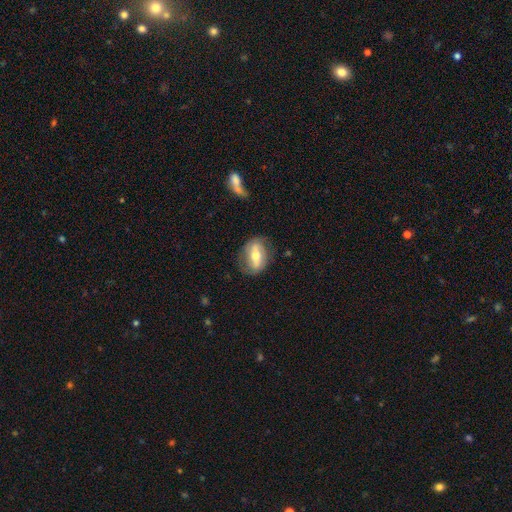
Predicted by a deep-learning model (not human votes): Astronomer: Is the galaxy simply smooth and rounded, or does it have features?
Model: featured or disk — 58% (runner-up: smooth, 35%).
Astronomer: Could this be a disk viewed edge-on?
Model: no — 86%.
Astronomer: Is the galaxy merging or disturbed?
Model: none — 72%.